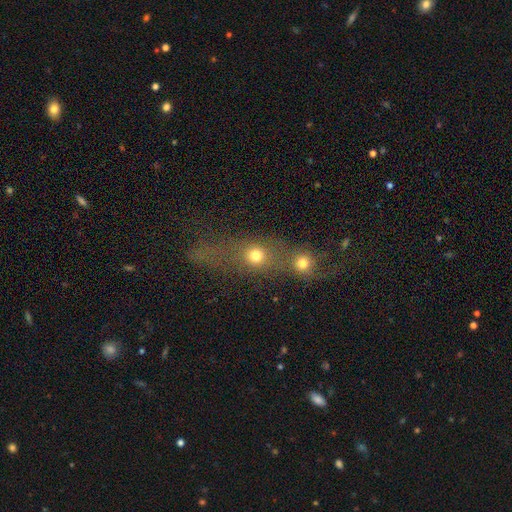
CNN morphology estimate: A smooth galaxy with no disk features (73%) that is round (76%).

Vote fractions:
- Smooth or featured? smooth: 73% / star or artifact: 16% / featured or disk: 11%
- How rounded? round: 76% / in between: 20% / cigar-shaped: 4%
- Merging? merger: 54% / none: 33% / major disturbance: 7% / minor disturbance: 7%